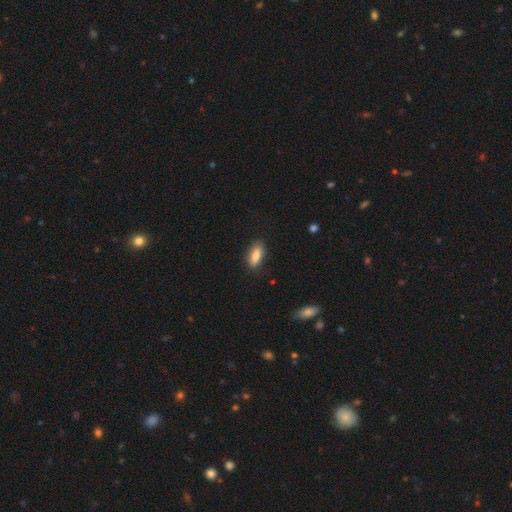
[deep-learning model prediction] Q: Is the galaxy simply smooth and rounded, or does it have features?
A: smooth — 84%.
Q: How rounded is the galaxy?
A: in between — 75%.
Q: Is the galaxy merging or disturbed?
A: none — 85%.